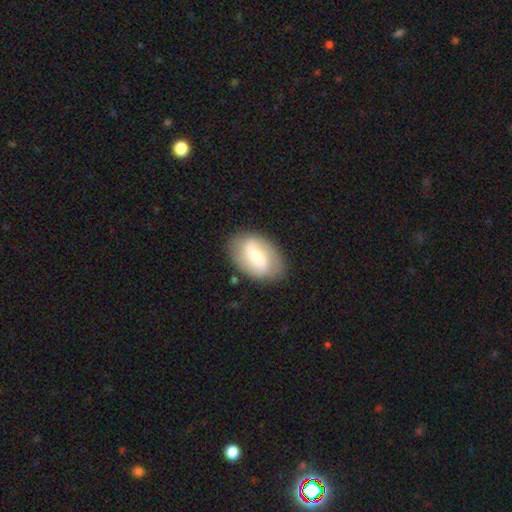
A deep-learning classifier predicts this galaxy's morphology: Smooth or featured? Predicted: featured or disk (p=0.62). Edge-on disk? Predicted: no (p=0.96). Bar? Predicted: weak (p=0.47). Spiral arms? Predicted: yes (p=0.85). Spiral winding? Predicted: loose (p=0.48). Spiral arm count? Predicted: 2 (p=0.87). Bulge size? Predicted: small (p=0.46). Merging? Predicted: none (p=0.82).